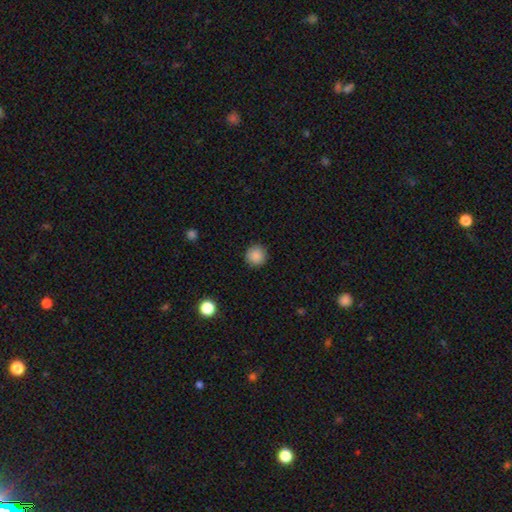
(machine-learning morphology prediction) Smooth or featured? smooth (88%)
How rounded? round (95%)
Merging? none (91%)